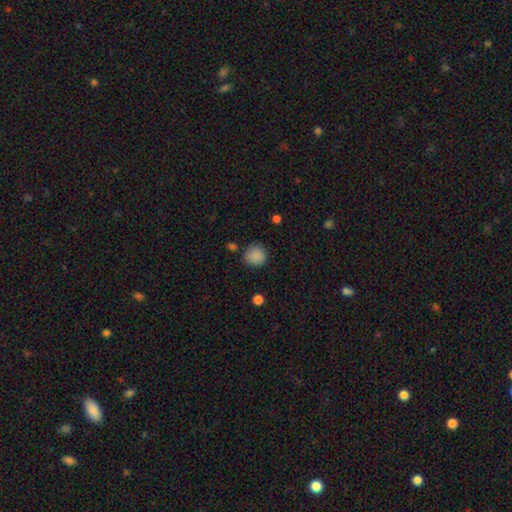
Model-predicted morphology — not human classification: Q: Smooth or featured?
A: smooth (86%); runner-up: star or artifact (10%)
Q: How rounded?
A: round (90%); runner-up: in between (9%)
Q: Merging?
A: none (81%); runner-up: minor disturbance (12%)